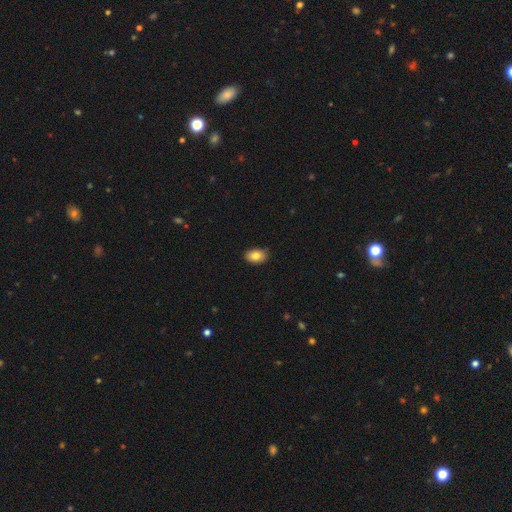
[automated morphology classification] Smooth or featured?
  - smooth: 82% *
  - featured or disk: 10%
  - star or artifact: 8%
How rounded?
  - in between: 86% *
  - round: 12%
  - cigar-shaped: 1%
Merging?
  - none: 86% *
  - minor disturbance: 11%
  - major disturbance: 2%
  - merger: 1%